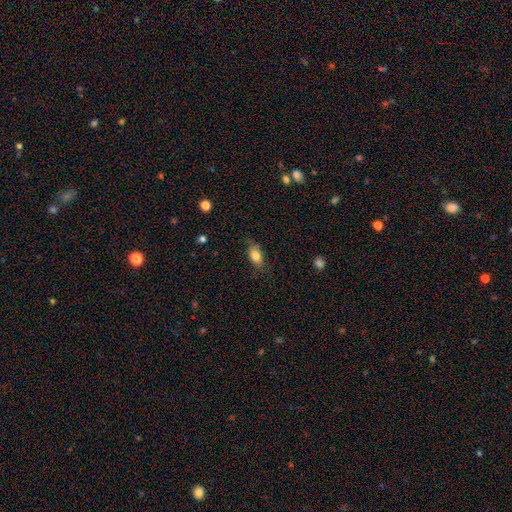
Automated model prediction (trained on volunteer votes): This appears to be a smooth galaxy with no disk features (80%) that is in between round and cigar-shaped (86%). Merging: none (75%).